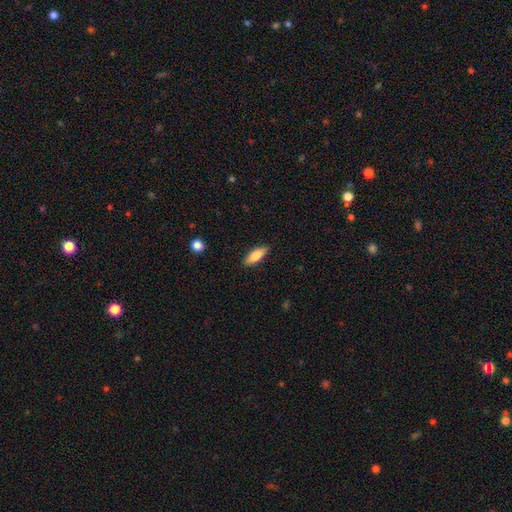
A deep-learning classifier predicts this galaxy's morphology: smooth 79%, featured or disk 15%, star or artifact 6%. Down the decision tree: how rounded — in between (68%); merging — none (88%).